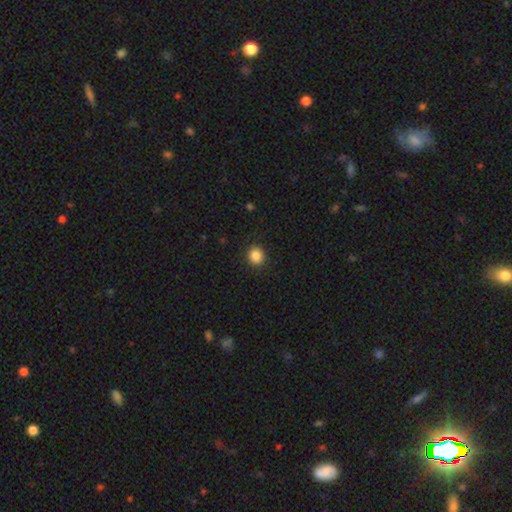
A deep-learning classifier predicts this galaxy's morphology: smooth 87%, star or artifact 10%, featured or disk 3%. Down the decision tree: how rounded — round (85%); merging — none (91%).